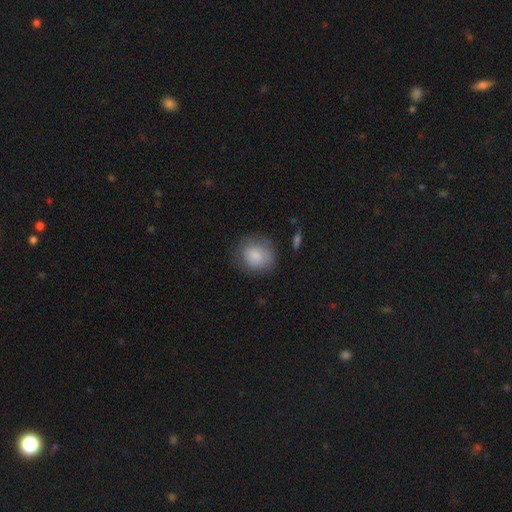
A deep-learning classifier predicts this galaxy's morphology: type=smooth (81%); roundness=round (66%); merging=none (69%).